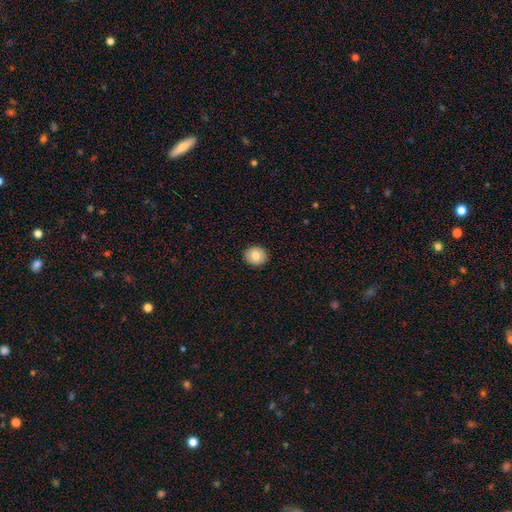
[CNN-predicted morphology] Smooth or featured: smooth — 79% (featured or disk — 13%)
How rounded: round — 85% (in between — 14%)
Merging: none — 91% (minor disturbance — 6%)